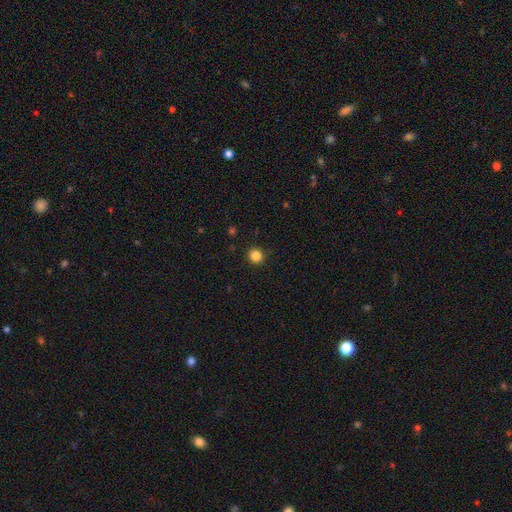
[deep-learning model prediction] A smooth galaxy with no disk features (85%) that is round (91%). Merging: none (92%).